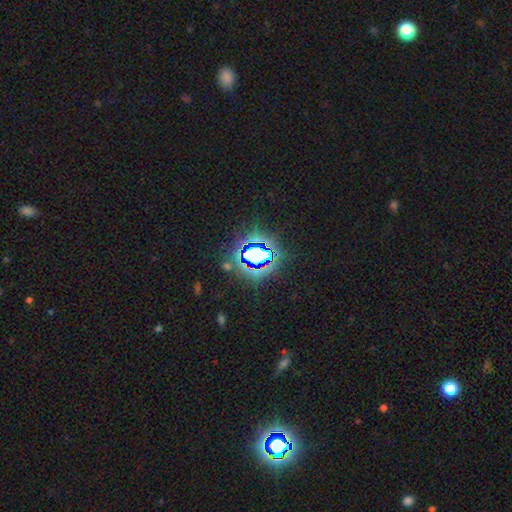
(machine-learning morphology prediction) Smooth or featured: star or artifact — 75% (smooth — 14%)